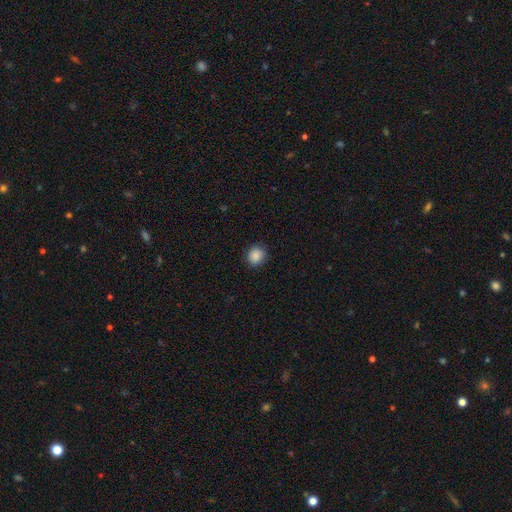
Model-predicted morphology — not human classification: smooth-or-featured: smooth: 88% | star or artifact: 9% | featured or disk: 3%
  how-rounded: round: 82% | in between: 17% | cigar-shaped: 1%
  merging: none: 87% | minor disturbance: 10% | major disturbance: 2% | merger: 1%